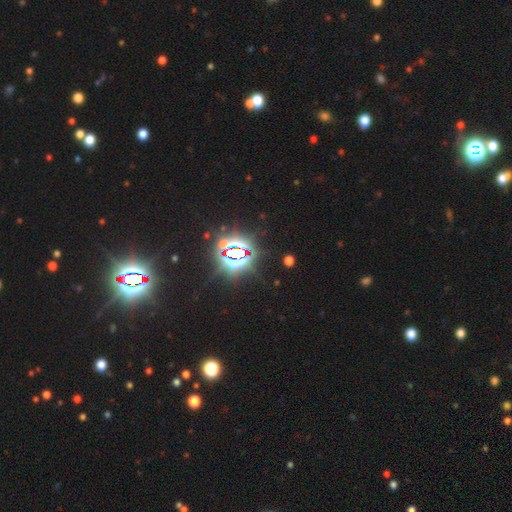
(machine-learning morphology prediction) Q: Smooth or featured?
A: star or artifact (84%); runner-up: smooth (10%)